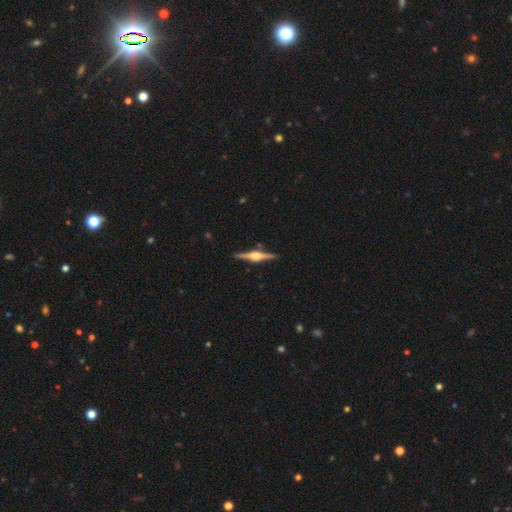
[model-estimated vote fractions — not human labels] Smooth or featured: featured or disk — 84% (smooth — 11%)
Edge-on disk: yes — 98% (no — 2%)
Edge-on bulge: rounded — 88% (boxy — 10%)
Merging: none — 90% (minor disturbance — 7%)